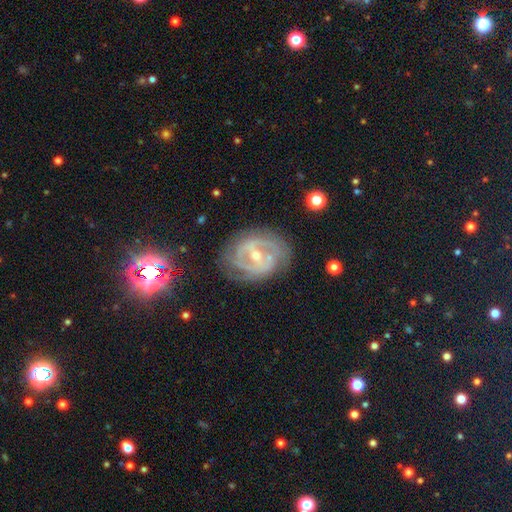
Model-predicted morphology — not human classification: Smooth or featured: featured or disk — 86% (smooth — 8%)
Edge-on disk: no — 97% (yes — 3%)
Bar: weak — 43% (strong — 37%)
Spiral arms: yes — 91% (no — 9%)
Spiral winding: tight — 55% (medium — 36%)
Spiral arm count: 2 — 53% (can't tell — 21%)
Bulge size: small — 53% (moderate — 44%)
Merging: none — 73% (minor disturbance — 18%)